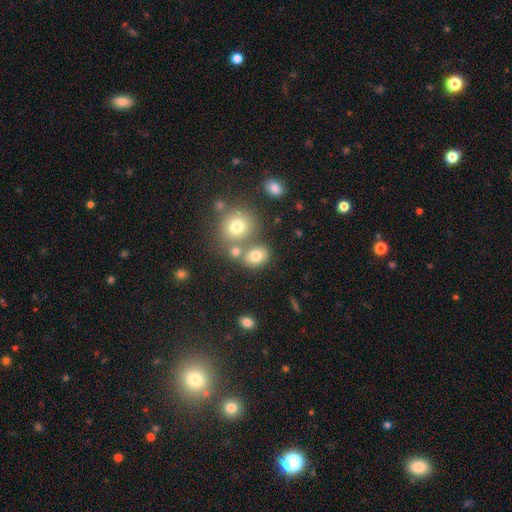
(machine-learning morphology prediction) This appears to be a smooth galaxy with no disk features (75%) that is in between round and cigar-shaped (54%). Merging: none (59%).